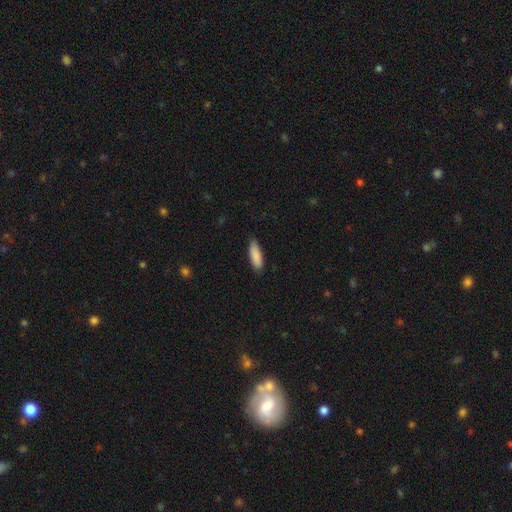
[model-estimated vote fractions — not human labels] Morphology: type=smooth (88%); roundness=in between (53%); merging=none (85%).